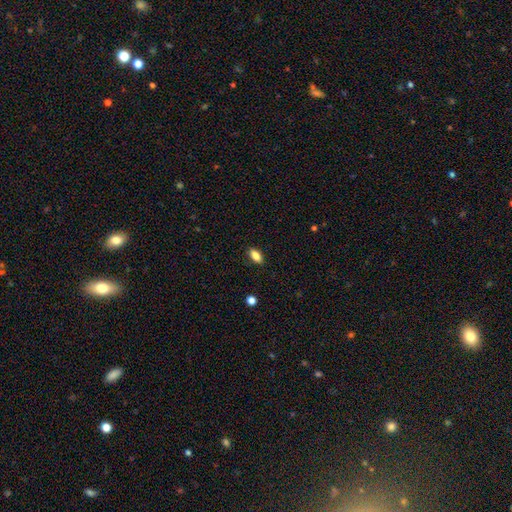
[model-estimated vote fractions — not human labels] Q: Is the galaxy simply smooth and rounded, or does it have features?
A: smooth — 84%.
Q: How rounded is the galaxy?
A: in between — 86%.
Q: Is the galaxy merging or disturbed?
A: none — 87%.